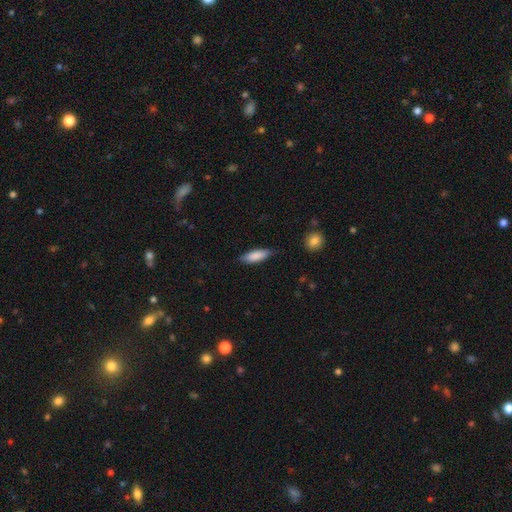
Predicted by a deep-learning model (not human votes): Q: Smooth or featured?
A: smooth (85%); runner-up: featured or disk (10%)
Q: How rounded?
A: in between (55%); runner-up: cigar-shaped (43%)
Q: Merging?
A: none (80%); runner-up: minor disturbance (16%)